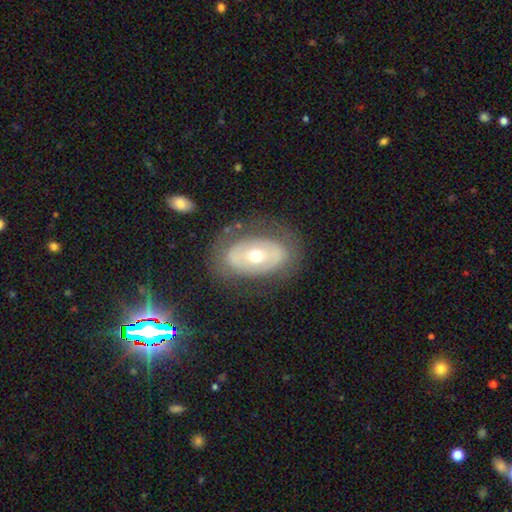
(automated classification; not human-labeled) Q: Smooth or featured?
A: featured or disk (60%); runner-up: smooth (32%)
Q: Edge-on disk?
A: no (92%); runner-up: yes (8%)
Q: Bar?
A: no (73%); runner-up: weak (17%)
Q: Spiral arms?
A: no (75%); runner-up: yes (25%)
Q: Bulge size?
A: moderate (68%); runner-up: small (26%)
Q: Merging?
A: none (74%); runner-up: minor disturbance (15%)